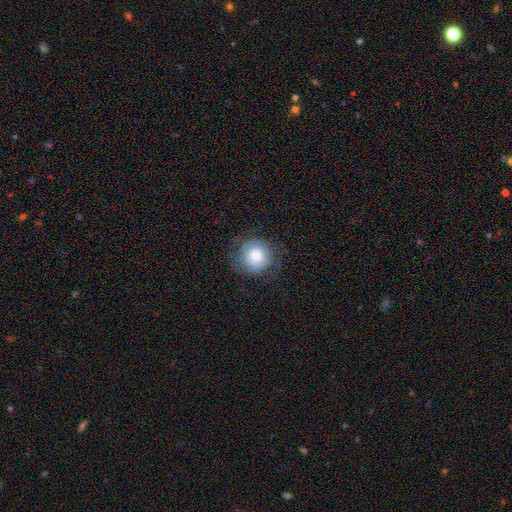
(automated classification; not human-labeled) Overall: smooth (61%; featured or disk 30%). How rounded: round (90%). Merging: none (73%).